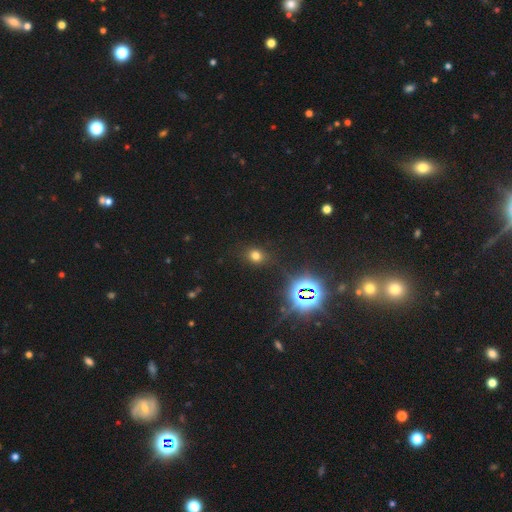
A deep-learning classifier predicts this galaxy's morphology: This appears to be a smooth galaxy with no disk features (67%) that is round (69%). Merging: none (85%).